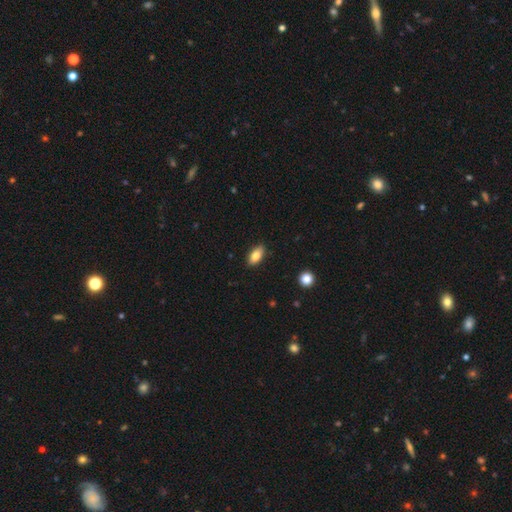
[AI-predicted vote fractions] Smooth or featured? Predicted: smooth (p=0.81). How rounded? Predicted: in between (p=0.90). Merging? Predicted: none (p=0.88).